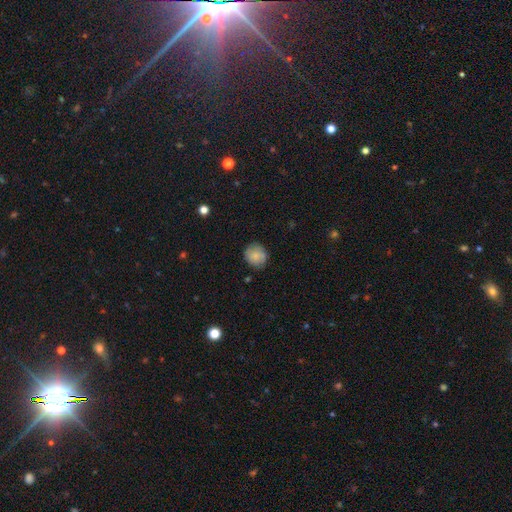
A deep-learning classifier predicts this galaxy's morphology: Q: Smooth or featured?
A: smooth (78%); runner-up: featured or disk (13%)
Q: How rounded?
A: round (81%); runner-up: in between (18%)
Q: Merging?
A: none (77%); runner-up: minor disturbance (18%)